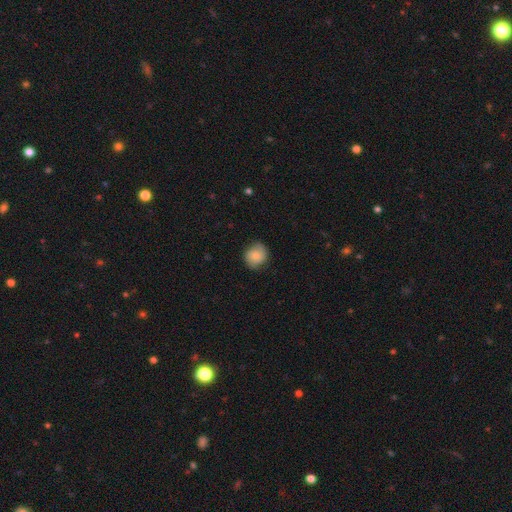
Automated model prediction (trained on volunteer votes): A smooth galaxy with no disk features (66%) that is round (82%). Merging: none (78%).